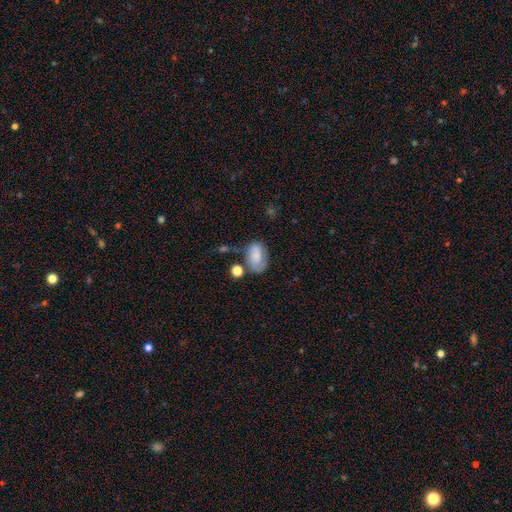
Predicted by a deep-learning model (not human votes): This appears to be a smooth galaxy with no disk features (65%) that is in between round and cigar-shaped (85%). Merging: none (43%).